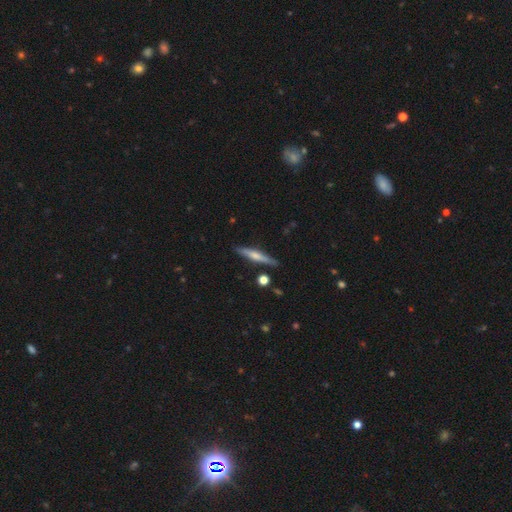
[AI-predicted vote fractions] Smooth or featured? featured or disk (50%)
Merging? none (87%)